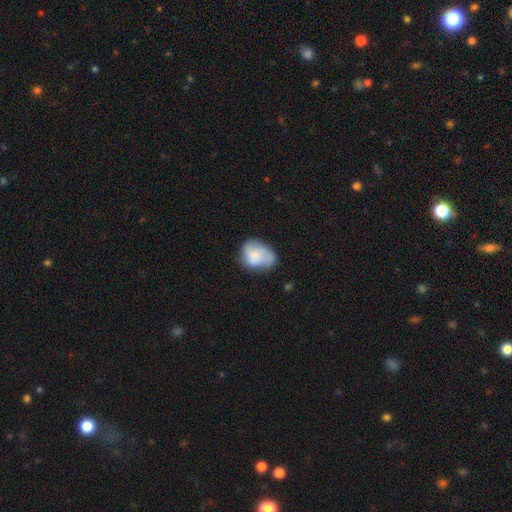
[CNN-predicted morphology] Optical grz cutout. It shows a smooth galaxy with no disk features (53%) that is in between round and cigar-shaped (69%). Merging: none (47%).